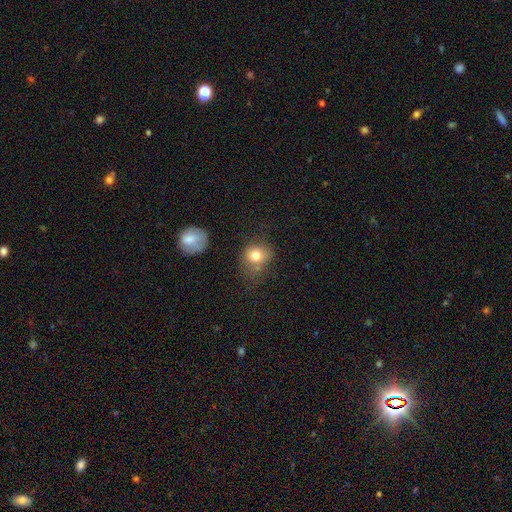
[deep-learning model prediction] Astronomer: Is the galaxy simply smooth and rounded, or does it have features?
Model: smooth — 77%.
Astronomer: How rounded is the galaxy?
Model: round — 71%.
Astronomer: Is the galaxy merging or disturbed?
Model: none — 52%.